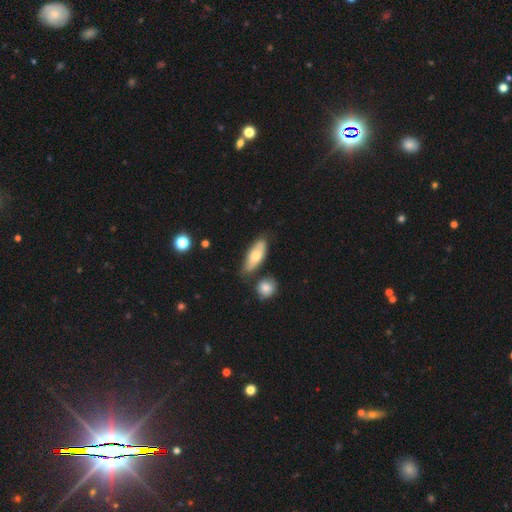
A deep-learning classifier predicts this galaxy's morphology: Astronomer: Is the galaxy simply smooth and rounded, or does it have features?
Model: smooth — 67%.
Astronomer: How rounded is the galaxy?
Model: in between — 74%.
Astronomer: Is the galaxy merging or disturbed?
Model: none — 67%.